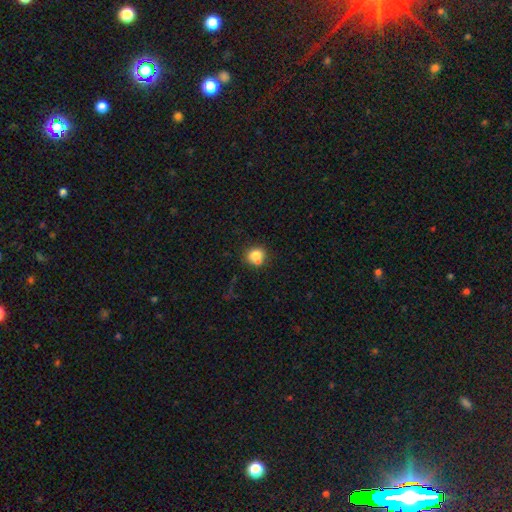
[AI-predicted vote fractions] Q: Smooth or featured?
A: smooth (77%); runner-up: featured or disk (13%)
Q: How rounded?
A: round (72%); runner-up: in between (27%)
Q: Merging?
A: none (50%); runner-up: merger (32%)